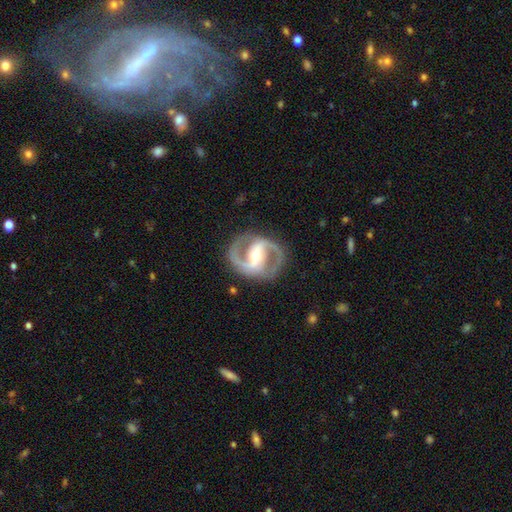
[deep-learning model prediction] Q: Smooth or featured?
A: featured or disk (92%); runner-up: smooth (4%)
Q: Edge-on disk?
A: no (98%); runner-up: yes (2%)
Q: Bar?
A: strong (52%); runner-up: weak (34%)
Q: Spiral arms?
A: yes (97%); runner-up: no (3%)
Q: Spiral winding?
A: medium (63%); runner-up: tight (21%)
Q: Spiral arm count?
A: 2 (94%); runner-up: can't tell (2%)
Q: Bulge size?
A: moderate (63%); runner-up: small (31%)
Q: Merging?
A: none (86%); runner-up: minor disturbance (9%)